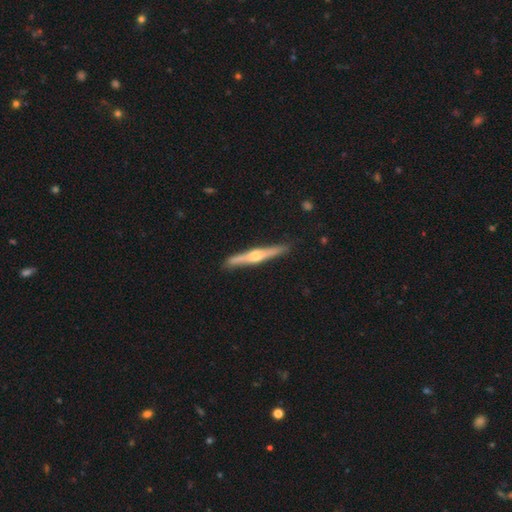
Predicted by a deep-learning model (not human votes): smooth_or_featured: featured or disk (p=0.74) [alt: smooth p=0.21]
disk_edge_on: yes (p=0.98) [alt: no p=0.02]
edge_on_bulge: rounded (p=0.92) [alt: none p=0.04]
merging: none (p=0.90) [alt: minor disturbance p=0.07]